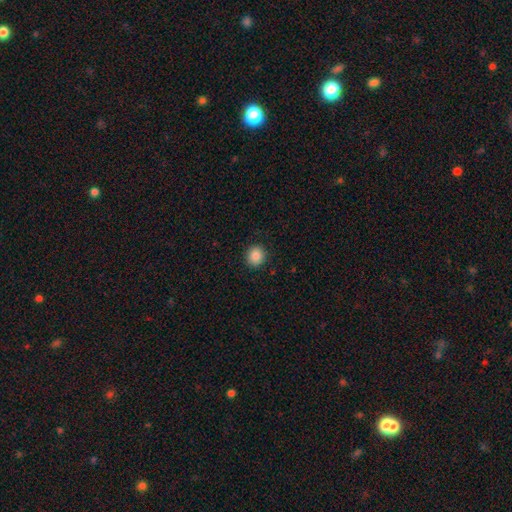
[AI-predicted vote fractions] A smooth galaxy with no disk features (87%) that is round (87%).

Vote fractions:
- Smooth or featured? smooth: 87% / star or artifact: 9% / featured or disk: 4%
- How rounded? round: 87% / in between: 12% / cigar-shaped: 1%
- Merging? none: 91% / minor disturbance: 6% / major disturbance: 2% / merger: 1%